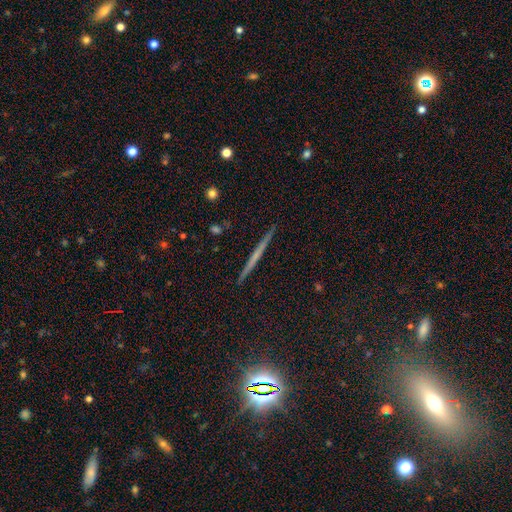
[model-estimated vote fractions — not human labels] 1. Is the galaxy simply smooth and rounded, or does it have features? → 55% featured or disk, 33% smooth, 12% star or artifact.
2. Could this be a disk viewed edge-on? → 98% yes, 2% no.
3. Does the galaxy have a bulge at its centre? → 83% none, 12% rounded, 5% boxy.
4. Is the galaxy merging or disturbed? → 92% none, 5% minor disturbance, 1% major disturbance, 1% merger.